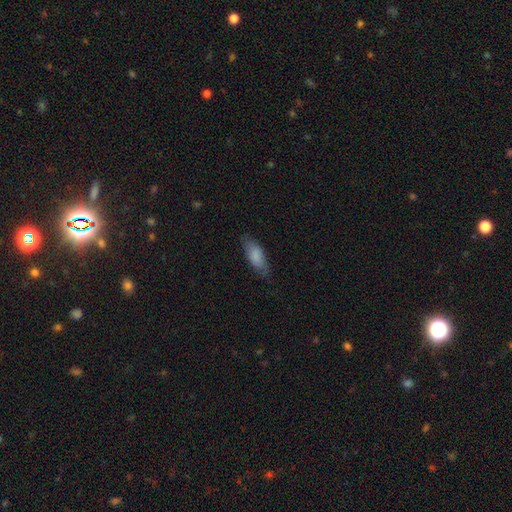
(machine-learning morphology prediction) A smooth galaxy with no disk features (83%) that is in between round and cigar-shaped (75%). Merging: none (75%).